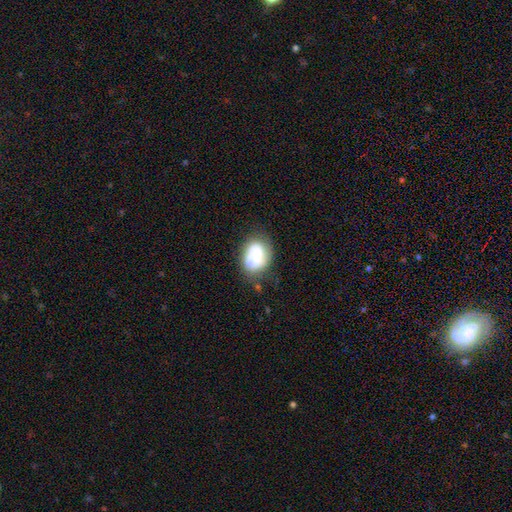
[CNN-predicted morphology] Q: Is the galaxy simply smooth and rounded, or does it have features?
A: smooth — 58%.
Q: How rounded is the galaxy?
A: in between — 64%.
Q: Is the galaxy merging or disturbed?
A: none — 61%.